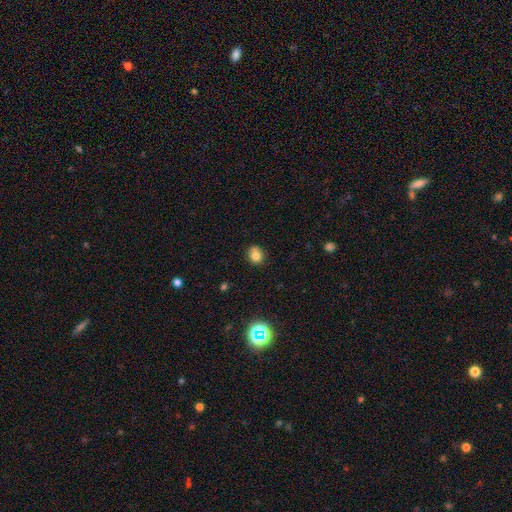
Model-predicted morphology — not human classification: type=smooth (77%); roundness=round (76%); merging=none (66%).